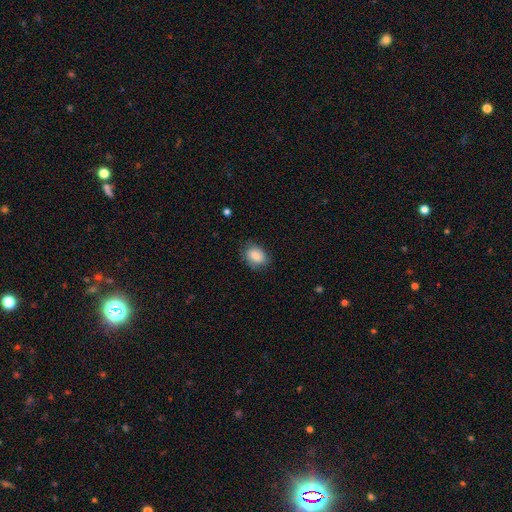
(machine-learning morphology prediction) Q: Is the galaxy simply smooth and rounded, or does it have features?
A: smooth — 80%.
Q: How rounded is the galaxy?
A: in between — 74%.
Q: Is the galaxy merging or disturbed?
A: none — 73%.